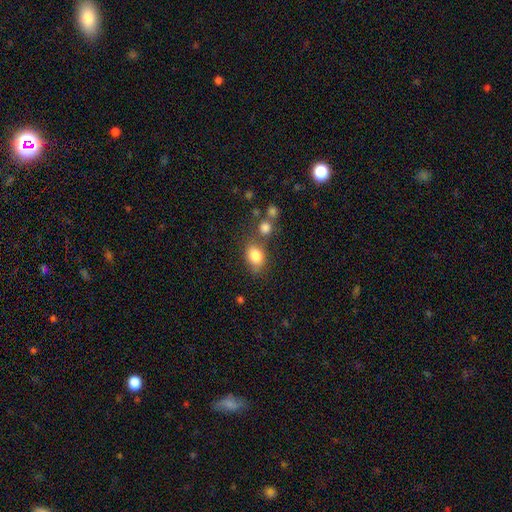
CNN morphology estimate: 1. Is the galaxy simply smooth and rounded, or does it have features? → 82% smooth, 9% star or artifact, 9% featured or disk.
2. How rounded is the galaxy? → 72% in between, 26% round, 1% cigar-shaped.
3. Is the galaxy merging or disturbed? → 59% none, 18% minor disturbance, 17% merger, 6% major disturbance.